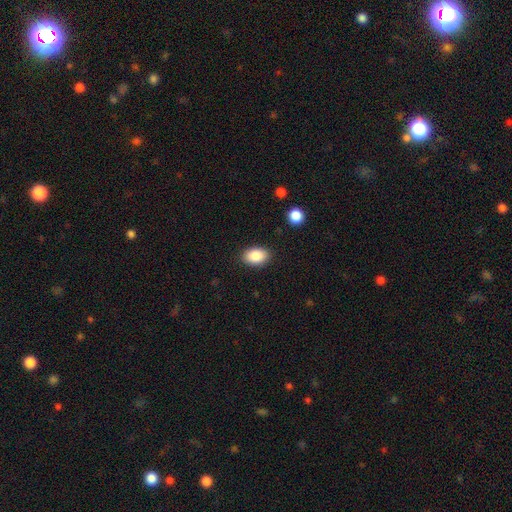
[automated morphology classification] This is clearly a smooth galaxy (86%). How rounded: clearly in between (88%). Merging: clearly none (88%).